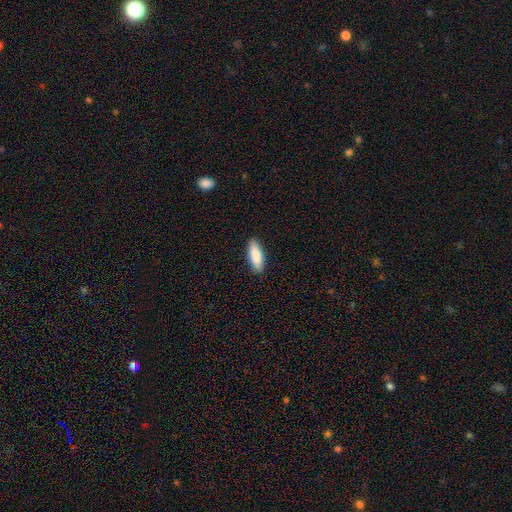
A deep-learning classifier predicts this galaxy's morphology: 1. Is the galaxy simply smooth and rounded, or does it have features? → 89% smooth, 6% featured or disk, 5% star or artifact.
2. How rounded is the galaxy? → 63% in between, 35% cigar-shaped, 2% round.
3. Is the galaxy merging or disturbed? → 89% none, 8% minor disturbance, 2% major disturbance, 1% merger.